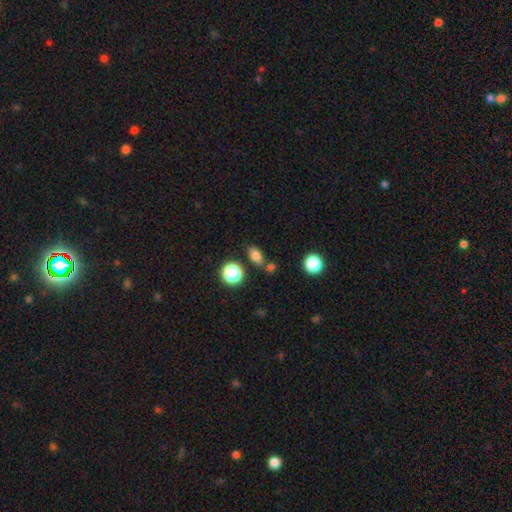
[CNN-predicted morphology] A smooth galaxy with no disk features (80%) that is in between round and cigar-shaped (75%).

Vote fractions:
- Smooth or featured? smooth: 80% / star or artifact: 14% / featured or disk: 6%
- How rounded? in between: 75% / round: 21% / cigar-shaped: 3%
- Merging? none: 73% / merger: 12% / minor disturbance: 12% / major disturbance: 3%